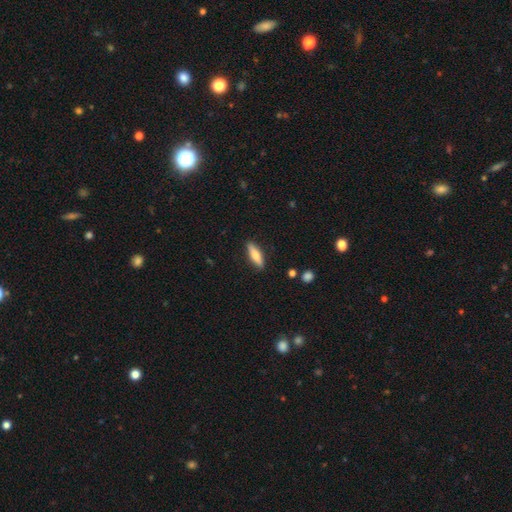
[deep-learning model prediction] Smooth or featured? smooth (69%)
How rounded? cigar-shaped (64%)
Merging? none (88%)